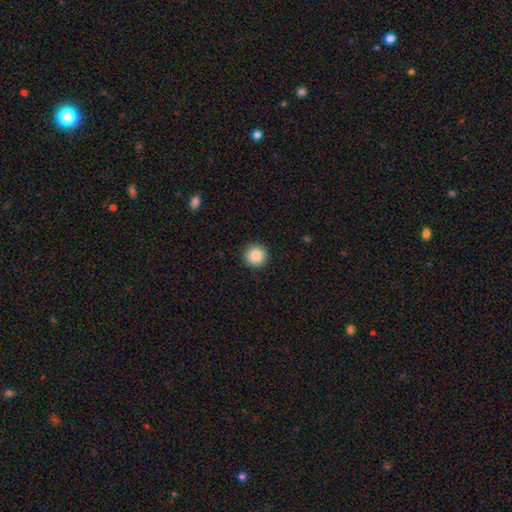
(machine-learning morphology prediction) A smooth galaxy with no disk features (87%) that is round (96%).

Vote fractions:
- Smooth or featured? smooth: 87% / star or artifact: 9% / featured or disk: 4%
- How rounded? round: 96% / in between: 3% / cigar-shaped: 1%
- Merging? none: 92% / minor disturbance: 5% / major disturbance: 2% / merger: 1%